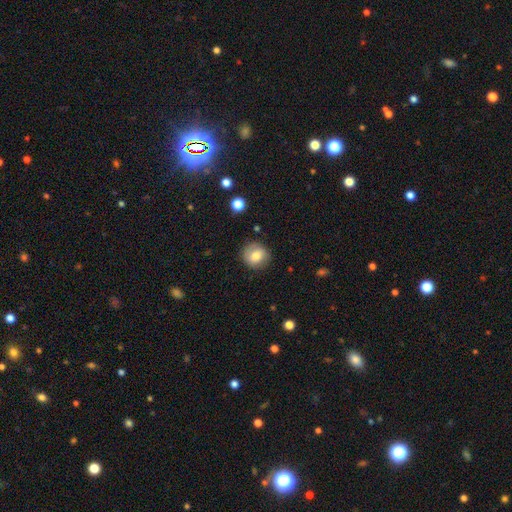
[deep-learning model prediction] Morphology: type=smooth (77%); roundness=round (86%); merging=none (83%).